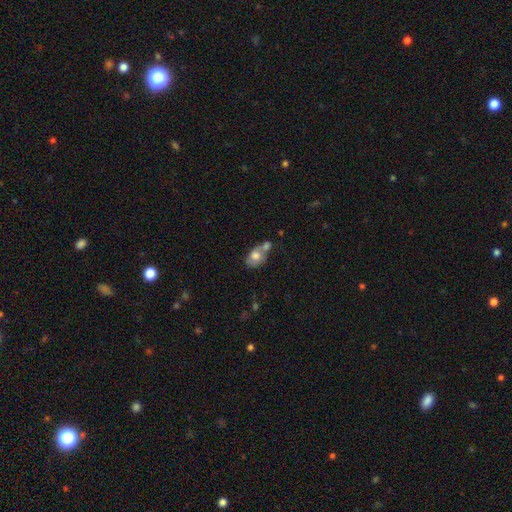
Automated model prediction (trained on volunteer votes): Q: Smooth or featured?
A: smooth (68%); runner-up: featured or disk (24%)
Q: How rounded?
A: in between (69%); runner-up: round (29%)
Q: Merging?
A: merger (49%); runner-up: none (27%)